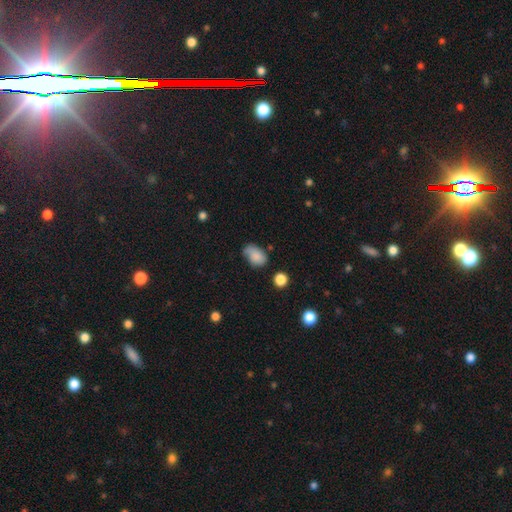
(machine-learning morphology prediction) The model was most divided on "merging": none: 47%, minor disturbance: 35%, major disturbance: 12%, merger: 6%. More confident: how rounded — in between (85%); smooth or featured — smooth (81%).